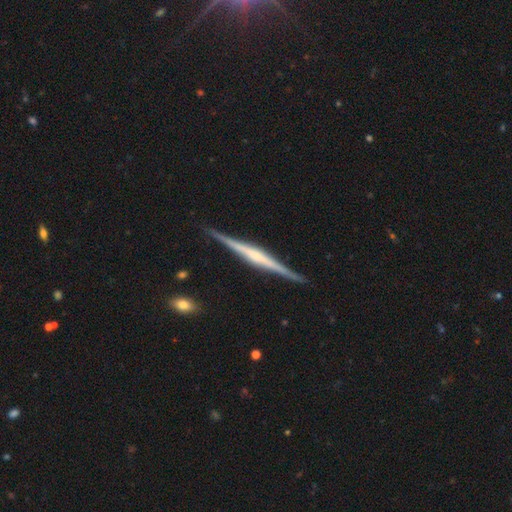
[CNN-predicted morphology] A featured or disk galaxy (81%) viewed edge-on (98%) with a rounded central bulge (43%).

Vote fractions:
- Smooth or featured? featured or disk: 81% / smooth: 14% / star or artifact: 5%
- Edge-on disk? yes: 98% / no: 2%
- Edge-on bulge? rounded: 43% / boxy: 32% / none: 25%
- Merging? none: 90% / minor disturbance: 8% / major disturbance: 1% / merger: 1%